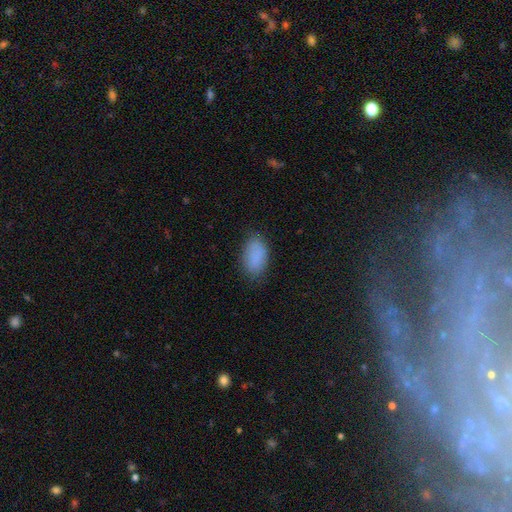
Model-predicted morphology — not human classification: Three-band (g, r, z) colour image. It shows a smooth galaxy with no disk features (87%) that is in between round and cigar-shaped (92%). Merging: none (80%).